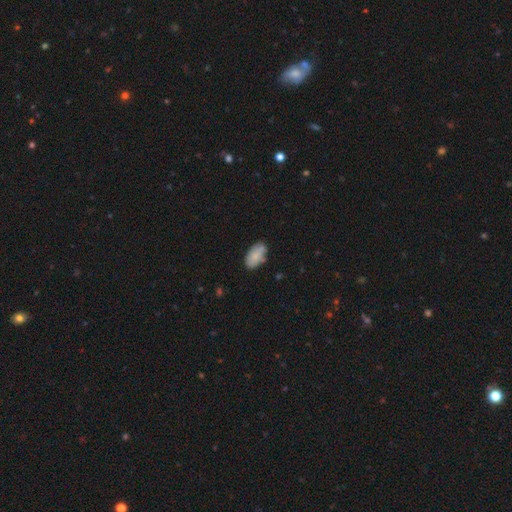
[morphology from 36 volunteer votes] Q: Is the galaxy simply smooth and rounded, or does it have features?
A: smooth — 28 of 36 (78%).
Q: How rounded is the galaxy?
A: in between — 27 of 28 (96%).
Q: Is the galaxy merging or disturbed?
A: none — 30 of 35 (86%).